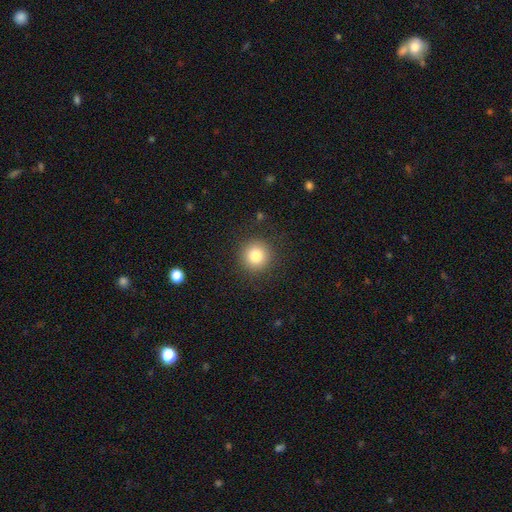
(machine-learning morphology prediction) Smooth or featured? smooth (82%)
How rounded? round (94%)
Merging? none (90%)